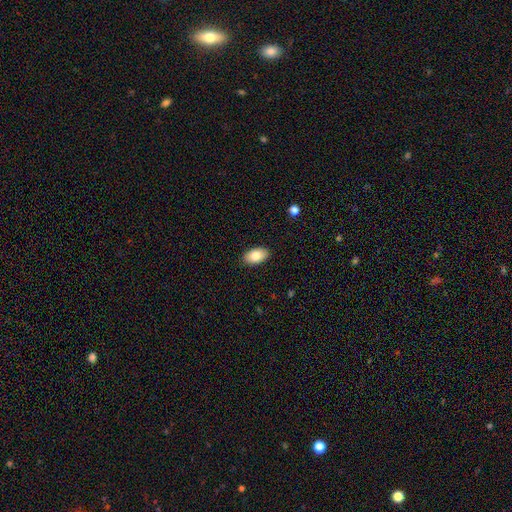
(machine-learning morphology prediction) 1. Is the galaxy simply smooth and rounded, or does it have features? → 84% smooth, 9% featured or disk, 7% star or artifact.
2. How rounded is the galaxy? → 94% in between, 4% round, 2% cigar-shaped.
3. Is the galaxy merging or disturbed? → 89% none, 8% minor disturbance, 2% major disturbance, 1% merger.